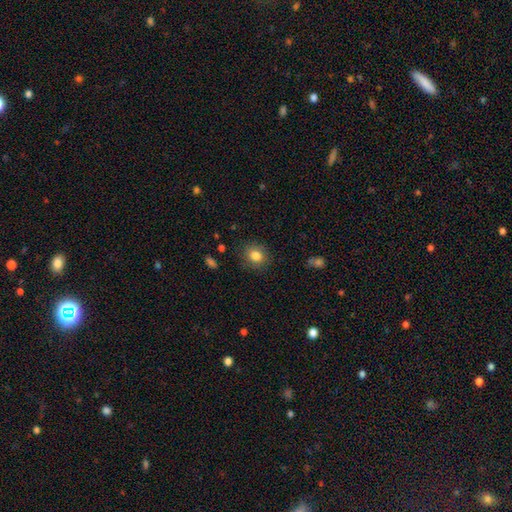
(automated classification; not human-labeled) Smooth or featured? smooth (83%)
How rounded? round (72%)
Merging? none (85%)